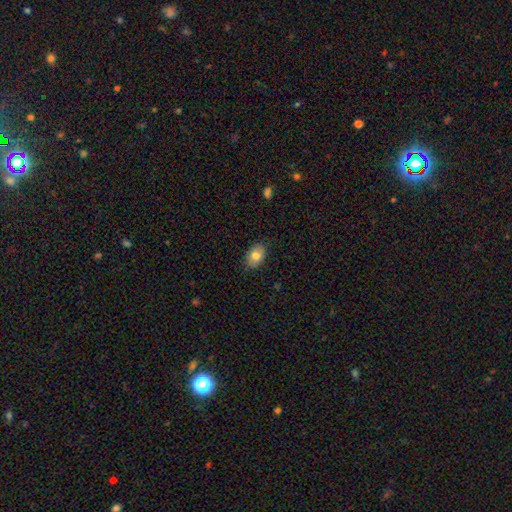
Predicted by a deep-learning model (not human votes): smooth_or_featured: smooth (p=0.79) [alt: featured or disk p=0.13]
how_rounded: in between (p=0.82) [alt: round p=0.17]
merging: none (p=0.82) [alt: minor disturbance p=0.15]